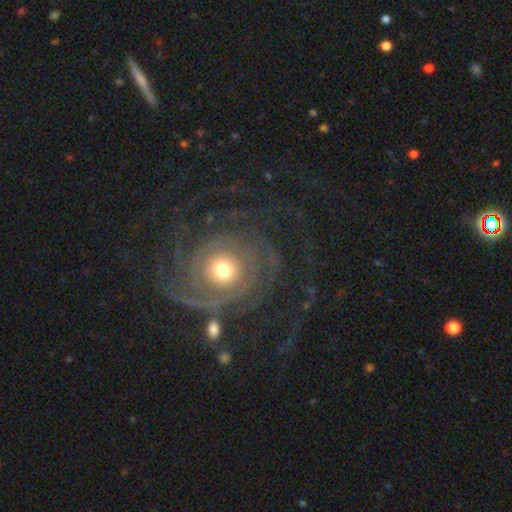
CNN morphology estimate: Smooth or featured: featured or disk — 84% (star or artifact — 9%)
Edge-on disk: no — 97% (yes — 3%)
Bar: no — 80% (weak — 15%)
Spiral arms: yes — 95% (no — 5%)
Spiral winding: tight — 62% (medium — 29%)
Spiral arm count: can't tell — 25% (2 — 23%)
Bulge size: moderate — 63% (small — 25%)
Merging: none — 67% (major disturbance — 17%)